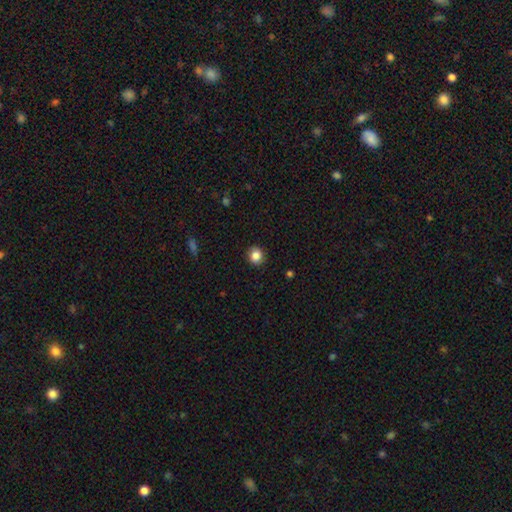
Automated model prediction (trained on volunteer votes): smooth 85%, star or artifact 10%, featured or disk 5%. Down the decision tree: how rounded — round (86%); merging — none (90%).